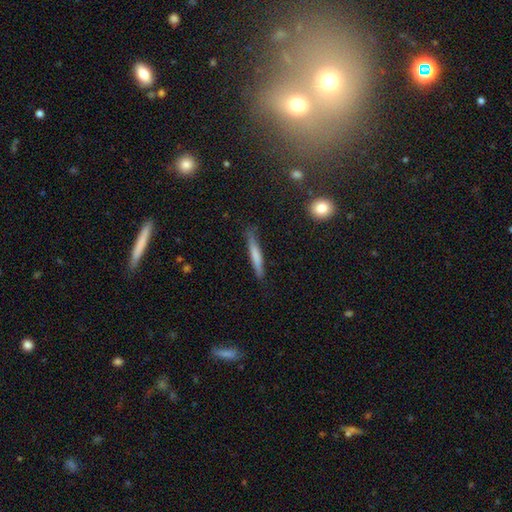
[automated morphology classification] Q: Smooth or featured?
A: smooth (66%); runner-up: featured or disk (28%)
Q: How rounded?
A: cigar-shaped (94%); runner-up: in between (4%)
Q: Merging?
A: none (83%); runner-up: minor disturbance (13%)